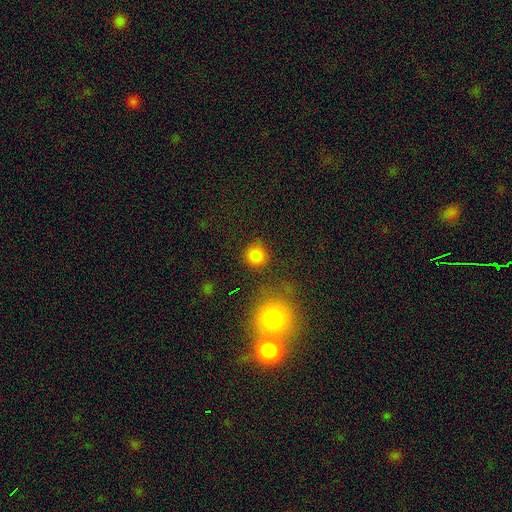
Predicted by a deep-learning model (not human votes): smooth_or_featured: smooth (p=0.84) [alt: star or artifact p=0.12]
how_rounded: round (p=0.91) [alt: in between p=0.08]
merging: none (p=0.81) [alt: minor disturbance p=0.09]